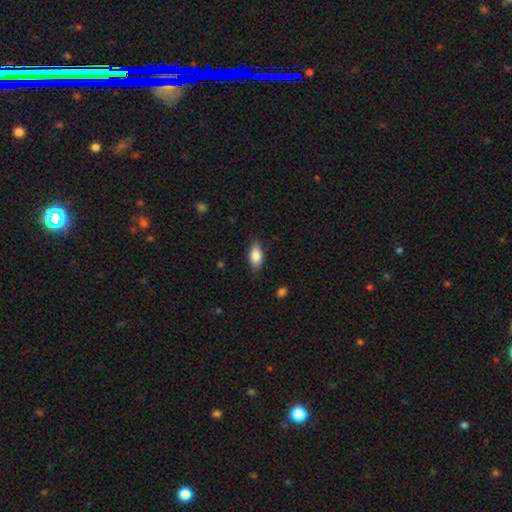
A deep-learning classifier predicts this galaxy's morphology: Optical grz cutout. It shows a smooth galaxy with no disk features (84%) that is in between round and cigar-shaped (89%). Merging: none (81%).